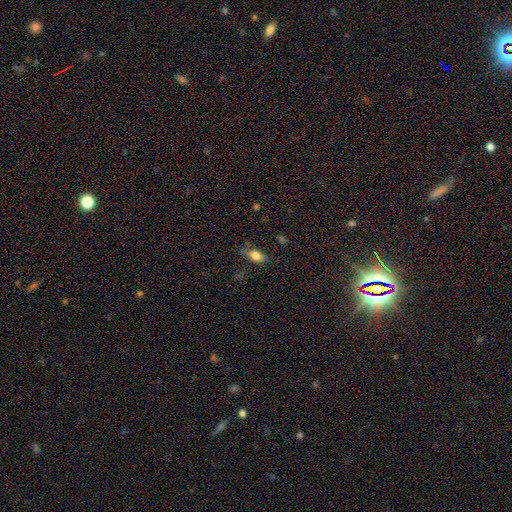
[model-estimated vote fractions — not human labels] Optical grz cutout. It shows a smooth galaxy with no disk features (79%) that is in between round and cigar-shaped (82%). Merging: none (70%).